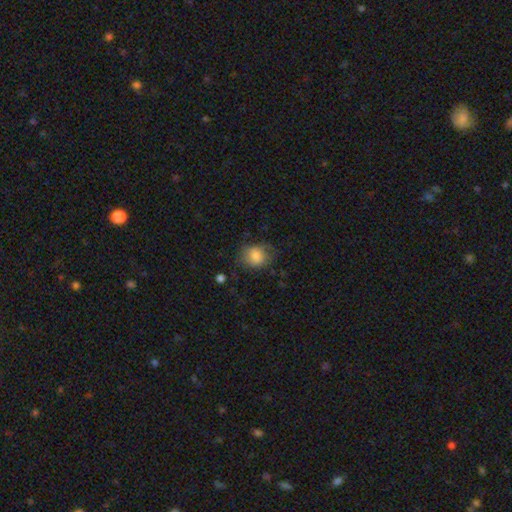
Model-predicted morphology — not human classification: smooth 82%, featured or disk 10%, star or artifact 8%. Down the decision tree: how rounded — round (58%); merging — none (63%).